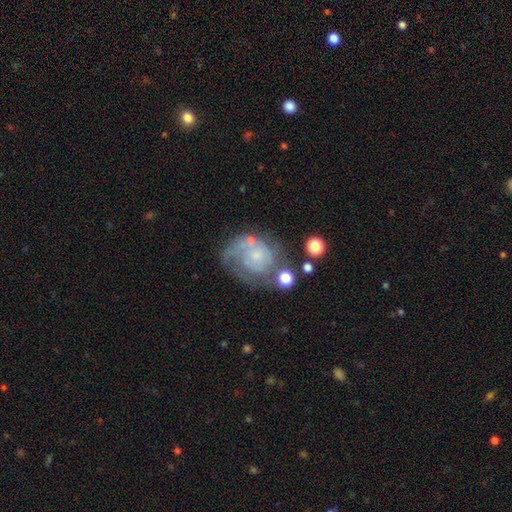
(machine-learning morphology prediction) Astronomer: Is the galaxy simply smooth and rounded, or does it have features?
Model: featured or disk — 69%.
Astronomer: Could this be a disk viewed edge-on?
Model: no — 98%.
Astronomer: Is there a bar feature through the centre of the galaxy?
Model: no — 77%.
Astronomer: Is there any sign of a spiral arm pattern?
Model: yes — 84%.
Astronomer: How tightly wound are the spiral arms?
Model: tight — 50% (runner-up: medium, 34%).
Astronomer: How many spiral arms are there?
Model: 2 — 34% (runner-up: can't tell, 28%).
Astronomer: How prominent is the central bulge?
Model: small — 63%.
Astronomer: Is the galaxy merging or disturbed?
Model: none — 51%.